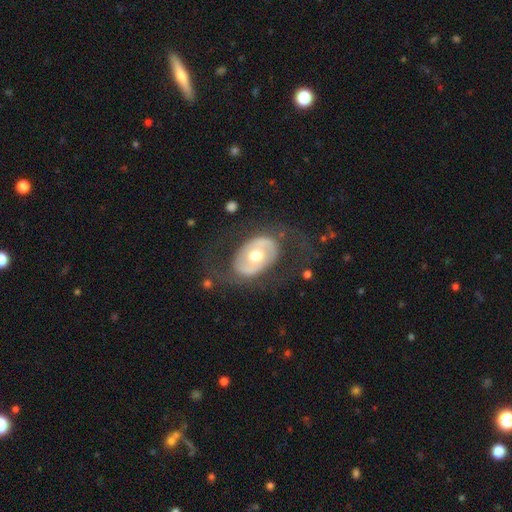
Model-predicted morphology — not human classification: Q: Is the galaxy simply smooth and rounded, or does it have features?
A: featured or disk — 69%.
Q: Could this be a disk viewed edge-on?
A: no — 94%.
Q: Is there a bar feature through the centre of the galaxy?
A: no — 65%.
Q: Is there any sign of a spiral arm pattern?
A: no — 51%.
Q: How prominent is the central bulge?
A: moderate — 74%.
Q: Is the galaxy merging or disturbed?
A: none — 68%.